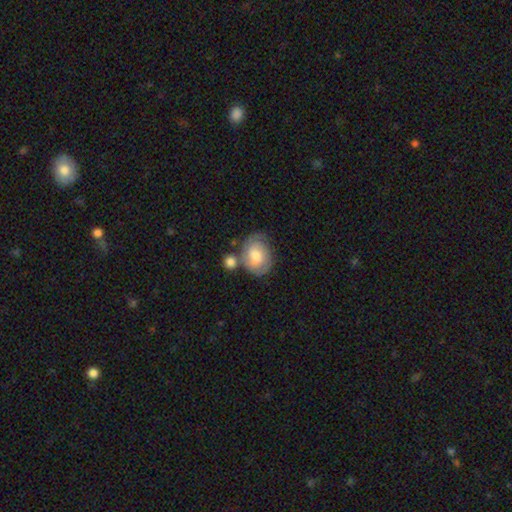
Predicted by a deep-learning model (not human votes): A featured or disk galaxy (47%).

Vote fractions:
- Smooth or featured? featured or disk: 47% / smooth: 46% / star or artifact: 7%
- Merging? none: 52% / merger: 22% / minor disturbance: 19% / major disturbance: 7%